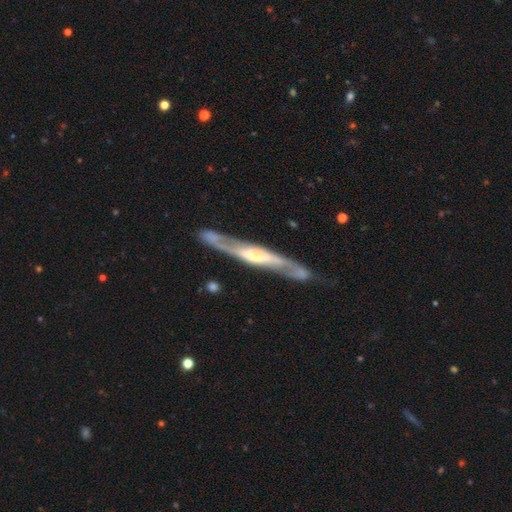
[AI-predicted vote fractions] A featured or disk galaxy (82%) viewed edge-on (51%).

Vote fractions:
- Smooth or featured? featured or disk: 82% / smooth: 13% / star or artifact: 4%
- Edge-on disk? yes: 51% / no: 49%
- Merging? none: 79% / minor disturbance: 14% / major disturbance: 5% / merger: 2%